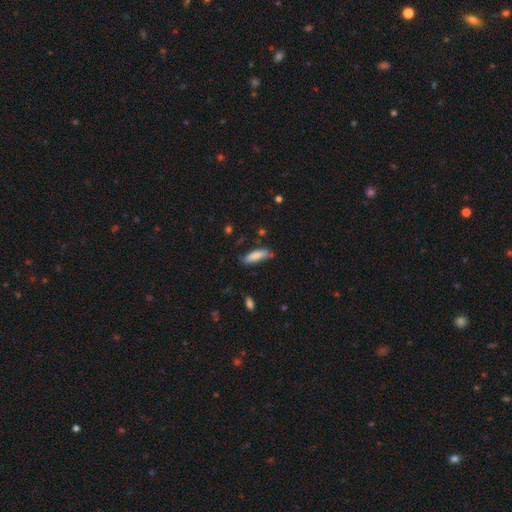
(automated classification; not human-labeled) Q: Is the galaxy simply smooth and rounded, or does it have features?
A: smooth — 81%.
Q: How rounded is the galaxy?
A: cigar-shaped — 55%.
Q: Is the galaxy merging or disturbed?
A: none — 68%.